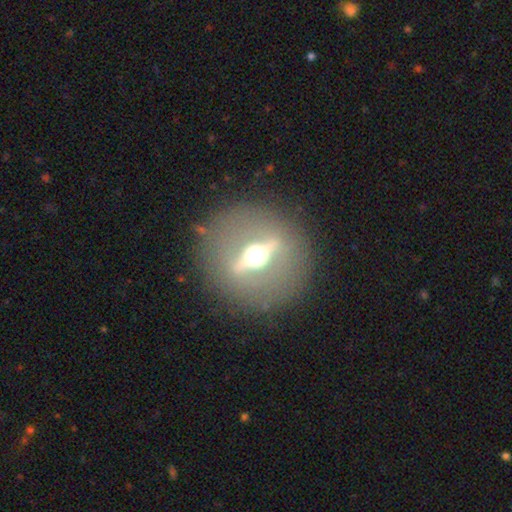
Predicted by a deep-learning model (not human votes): This appears to be a featured or disk galaxy (80%) viewed edge-on (62%) with a rounded central bulge (96%). Merging: none (85%).